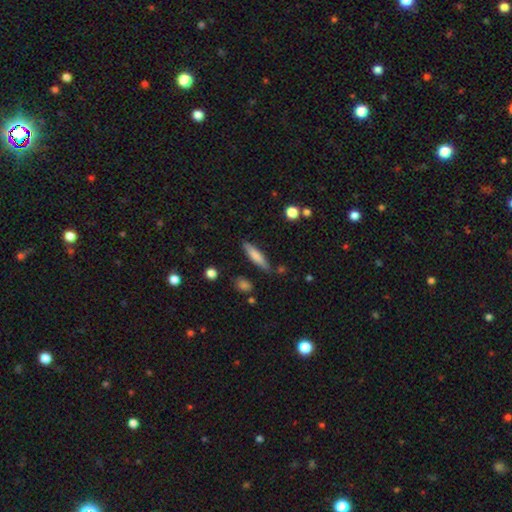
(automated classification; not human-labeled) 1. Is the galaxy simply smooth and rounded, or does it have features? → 75% smooth, 18% featured or disk, 6% star or artifact.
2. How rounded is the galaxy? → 76% cigar-shaped, 22% in between, 2% round.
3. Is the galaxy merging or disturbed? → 81% none, 13% minor disturbance, 3% merger, 3% major disturbance.